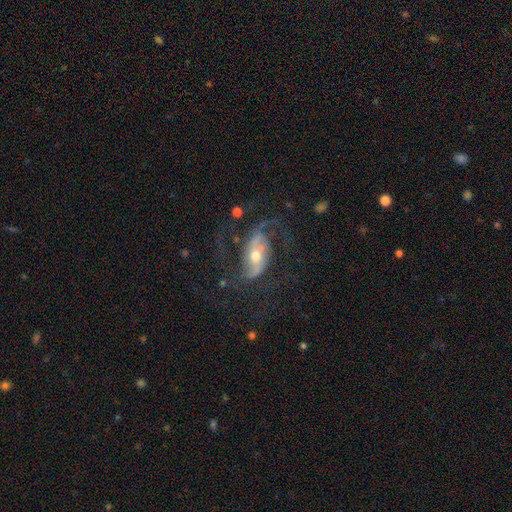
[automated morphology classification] This appears to be a featured or disk galaxy (82%) with no bar (35%), 2 (79%) loose (50%) spiral arms (92%) and a moderate central bulge (63%). Merging: none (59%).